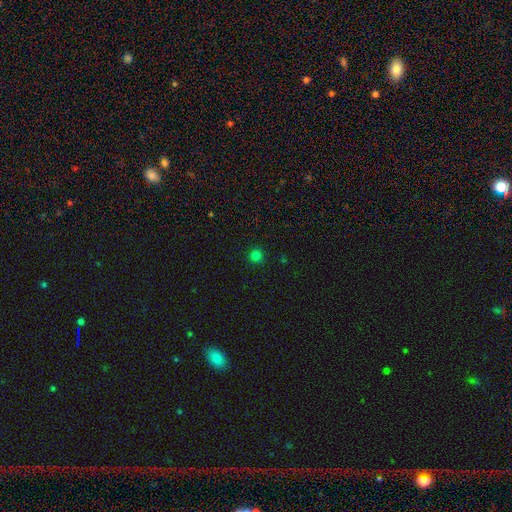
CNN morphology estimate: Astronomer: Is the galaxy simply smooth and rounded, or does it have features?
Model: smooth — 78%.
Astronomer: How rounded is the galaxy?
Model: round — 95%.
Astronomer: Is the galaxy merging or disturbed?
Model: none — 92%.